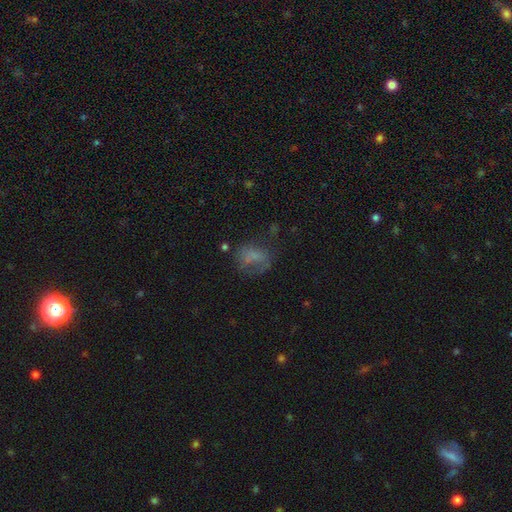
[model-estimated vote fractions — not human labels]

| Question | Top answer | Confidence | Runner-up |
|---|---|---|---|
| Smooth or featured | smooth | 57% | featured or disk (25%) |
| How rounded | in between | 61% | round (37%) |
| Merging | none | 41% | major disturbance (31%) |